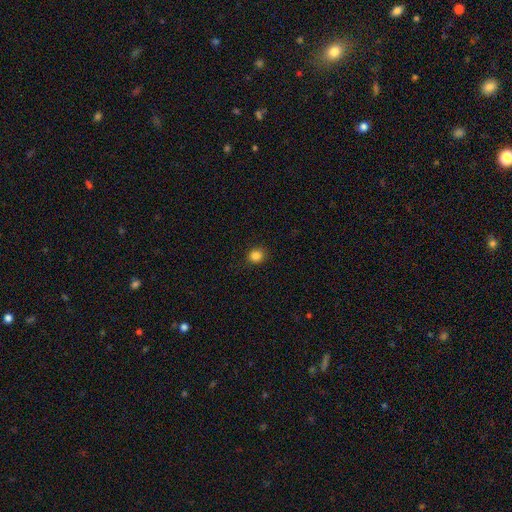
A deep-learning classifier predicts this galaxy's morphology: Smooth or featured? smooth (84%)
How rounded? round (78%)
Merging? none (88%)